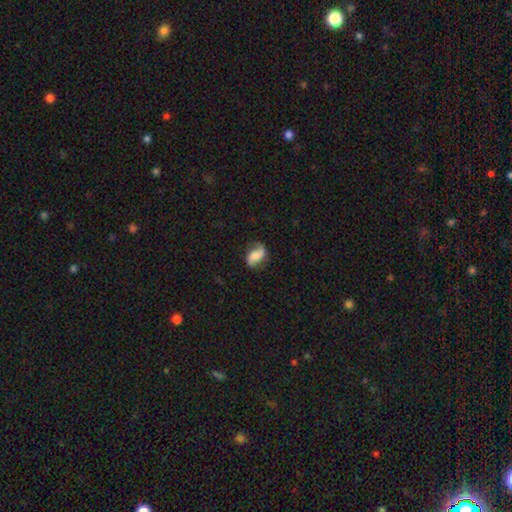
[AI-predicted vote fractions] This appears to be a featured or disk galaxy (57%) with no bar (44%), spiral arms (91%) and a moderate central bulge (31%). Merging: none (73%).